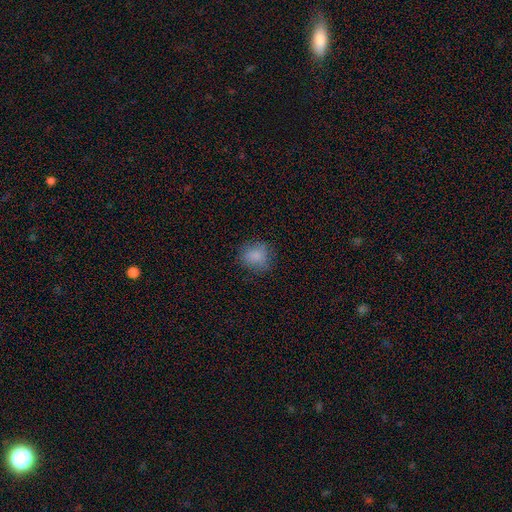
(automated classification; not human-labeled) Overall: smooth (83%). How rounded: round (75%). Merging: none (78%).